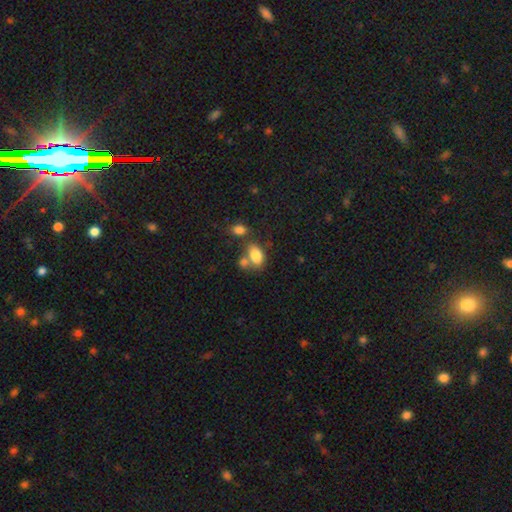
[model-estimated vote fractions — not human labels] The model was most divided on "merging": none: 45%, merger: 34%, minor disturbance: 14%, major disturbance: 6%. More confident: how rounded — in between (85%); smooth or featured — smooth (82%).